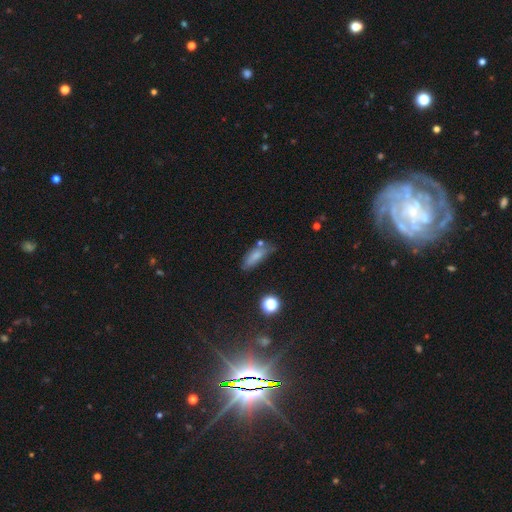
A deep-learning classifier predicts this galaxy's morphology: Smooth or featured? Predicted: smooth (p=0.74). How rounded? Predicted: in between (p=0.65). Merging? Predicted: none (p=0.57).